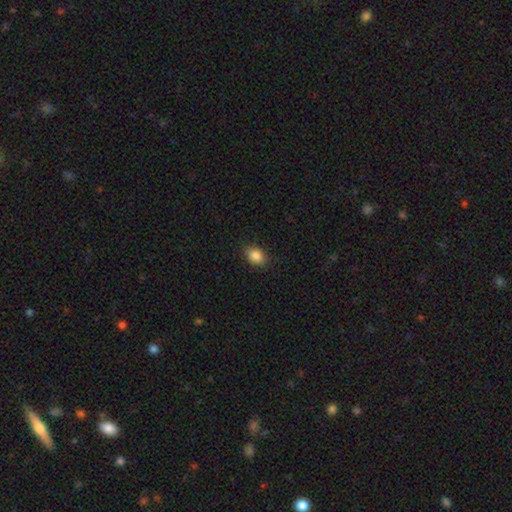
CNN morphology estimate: A smooth galaxy with no disk features (86%) that is in between round and cigar-shaped (72%). Merging: none (87%).